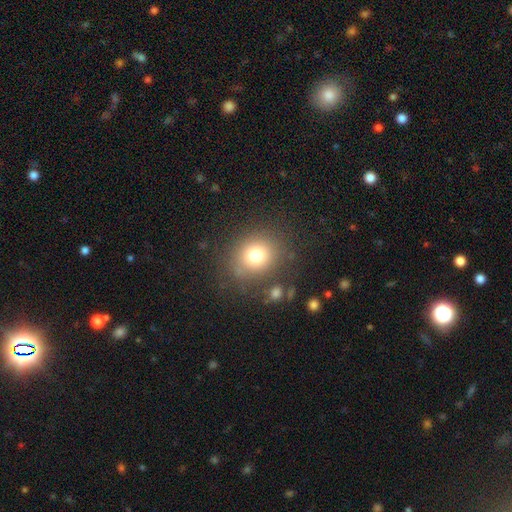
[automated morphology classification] smooth-or-featured: smooth: 75% | star or artifact: 14% | featured or disk: 11%
  how-rounded: round: 73% | in between: 26% | cigar-shaped: 1%
  merging: none: 79% | minor disturbance: 12% | major disturbance: 6% | merger: 3%